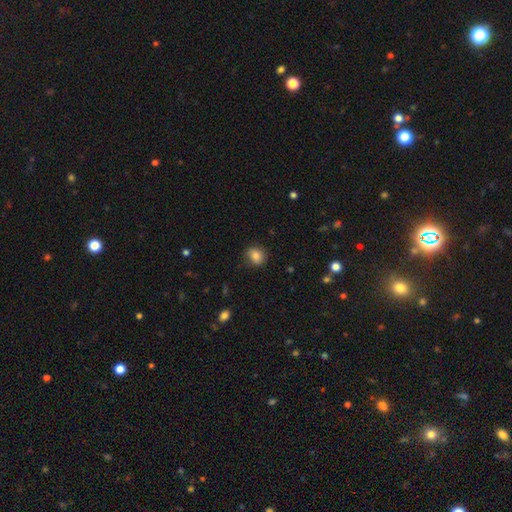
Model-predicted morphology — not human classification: A smooth galaxy with no disk features (84%) that is round (66%). Merging: none (82%).